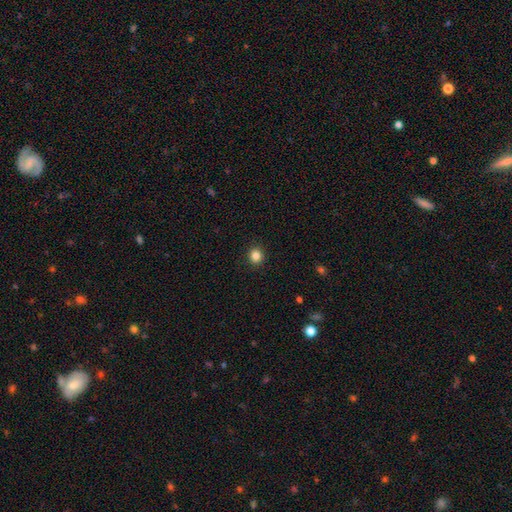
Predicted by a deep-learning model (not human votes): Q: Smooth or featured?
A: smooth (85%); runner-up: star or artifact (12%)
Q: How rounded?
A: round (88%); runner-up: in between (11%)
Q: Merging?
A: none (92%); runner-up: minor disturbance (5%)